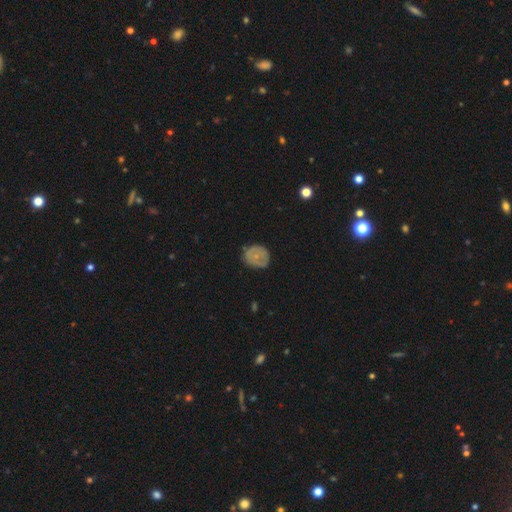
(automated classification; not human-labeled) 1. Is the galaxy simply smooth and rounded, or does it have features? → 59% smooth, 33% featured or disk, 8% star or artifact.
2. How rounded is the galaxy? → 79% round, 20% in between, 1% cigar-shaped.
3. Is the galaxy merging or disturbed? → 69% none, 24% minor disturbance, 6% major disturbance, 2% merger.